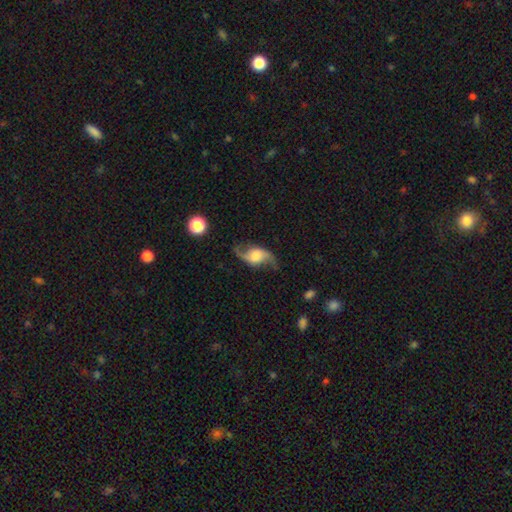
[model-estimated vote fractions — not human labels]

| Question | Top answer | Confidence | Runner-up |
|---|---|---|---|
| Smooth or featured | featured or disk | 83% | smooth (11%) |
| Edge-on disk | no | 94% | yes (6%) |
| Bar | no | 54% | weak (35%) |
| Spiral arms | yes | 95% | no (5%) |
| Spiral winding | loose | 83% | medium (14%) |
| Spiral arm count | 2 | 94% | 1 (2%) |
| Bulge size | large | 38% | moderate (25%) |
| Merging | none | 74% | minor disturbance (16%) |